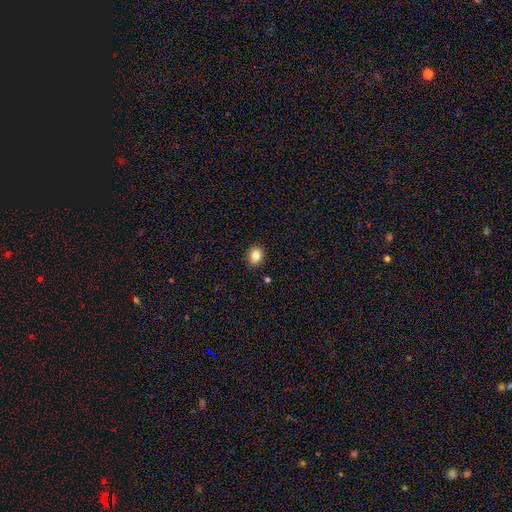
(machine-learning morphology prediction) type=smooth (84%); roundness=round (57%); merging=none (89%).